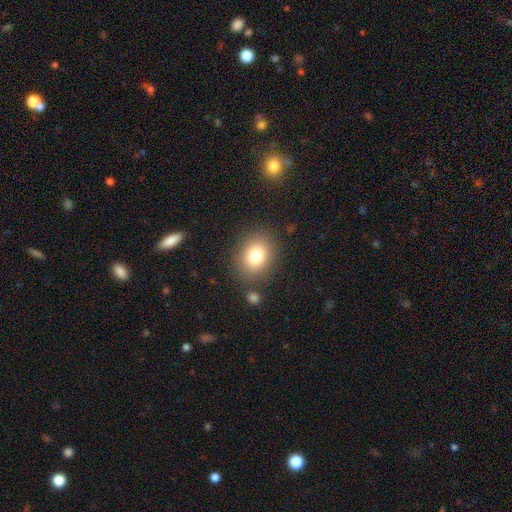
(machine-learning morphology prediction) A smooth galaxy with no disk features (79%) that is round (54%). Merging: none (83%).